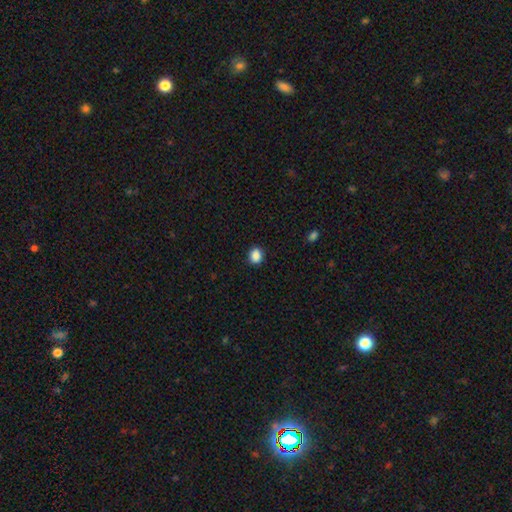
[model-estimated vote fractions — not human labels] Smooth or featured?
  - smooth: 88% *
  - star or artifact: 9%
  - featured or disk: 3%
How rounded?
  - round: 53% *
  - in between: 46%
  - cigar-shaped: 1%
Merging?
  - none: 88% *
  - minor disturbance: 9%
  - major disturbance: 2%
  - merger: 1%